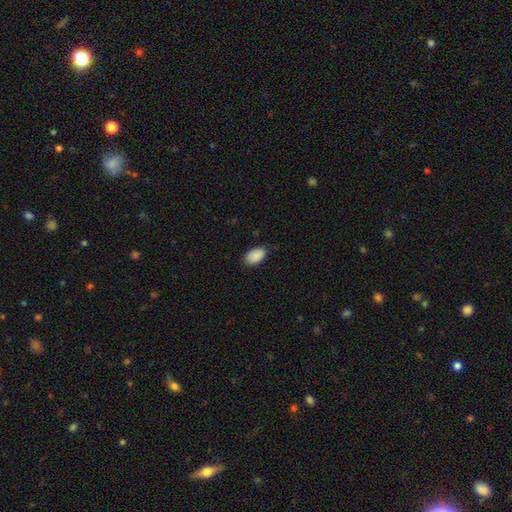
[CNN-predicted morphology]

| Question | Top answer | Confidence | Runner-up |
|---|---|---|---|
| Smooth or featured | smooth | 91% | star or artifact (6%) |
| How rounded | in between | 94% | round (5%) |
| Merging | none | 83% | minor disturbance (13%) |